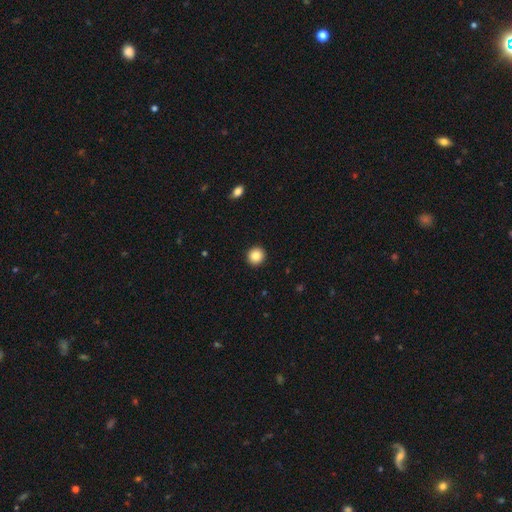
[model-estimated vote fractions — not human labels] Morphology: type=smooth (85%); roundness=round (94%); merging=none (93%).